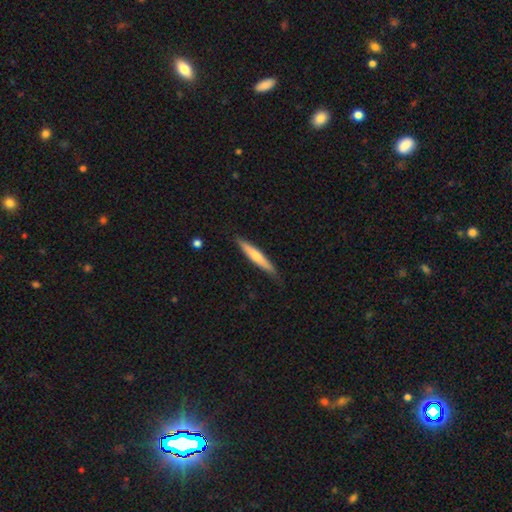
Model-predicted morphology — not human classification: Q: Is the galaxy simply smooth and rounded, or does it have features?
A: smooth — 58%.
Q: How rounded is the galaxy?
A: cigar-shaped — 93%.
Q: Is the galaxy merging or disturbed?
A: none — 85%.